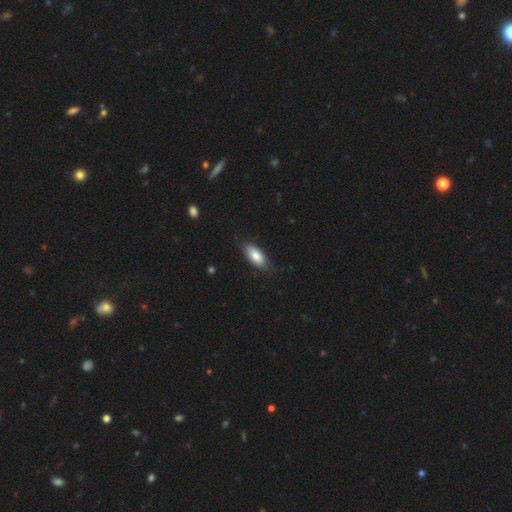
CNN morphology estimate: The model was most divided on "merging": none: 82%, minor disturbance: 15%, major disturbance: 3%, merger: 1%. More confident: how rounded — in between (85%); smooth or featured — smooth (82%).